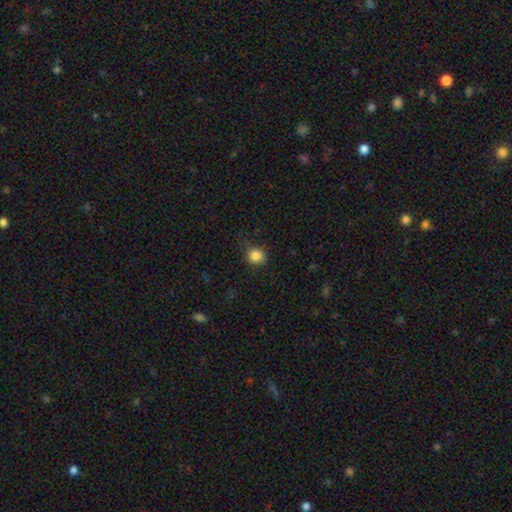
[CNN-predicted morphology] smooth-or-featured: smooth: 85% | star or artifact: 11% | featured or disk: 5%
  how-rounded: round: 84% | in between: 15% | cigar-shaped: 1%
  merging: none: 77% | minor disturbance: 17% | major disturbance: 5% | merger: 1%